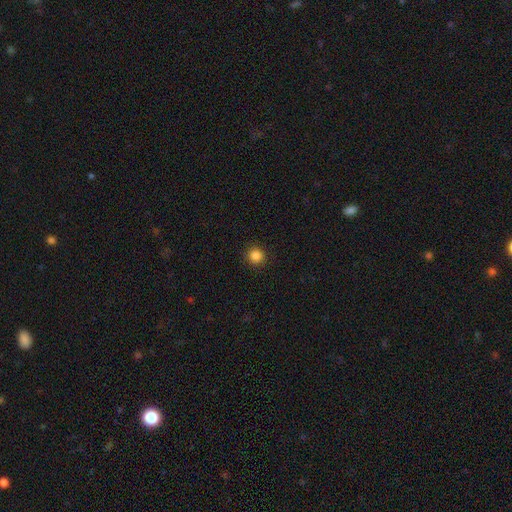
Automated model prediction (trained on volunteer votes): smooth-or-featured: smooth: 85% | star or artifact: 12% | featured or disk: 3%
  how-rounded: round: 94% | in between: 5% | cigar-shaped: 1%
  merging: none: 93% | minor disturbance: 5% | major disturbance: 2% | merger: 1%